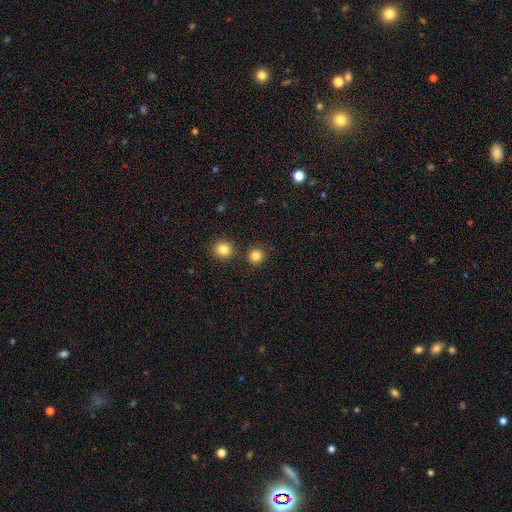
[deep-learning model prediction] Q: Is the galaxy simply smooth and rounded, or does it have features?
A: smooth — 83%.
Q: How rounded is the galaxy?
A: round — 92%.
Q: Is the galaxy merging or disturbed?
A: none — 85%.